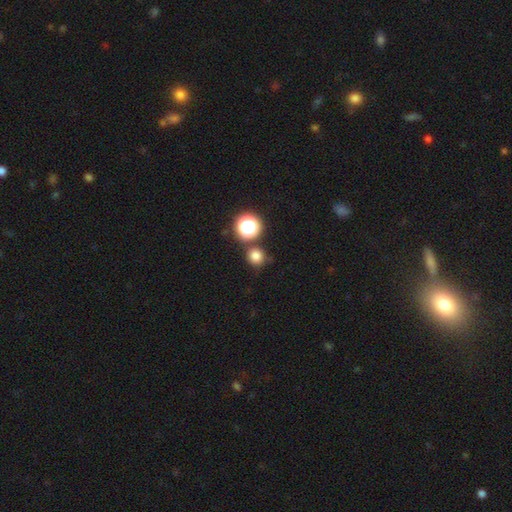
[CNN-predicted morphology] Smooth or featured?
  - smooth: 77% *
  - star or artifact: 18%
  - featured or disk: 5%
How rounded?
  - round: 91% *
  - in between: 8%
  - cigar-shaped: 1%
Merging?
  - none: 80% *
  - merger: 9%
  - minor disturbance: 9%
  - major disturbance: 3%